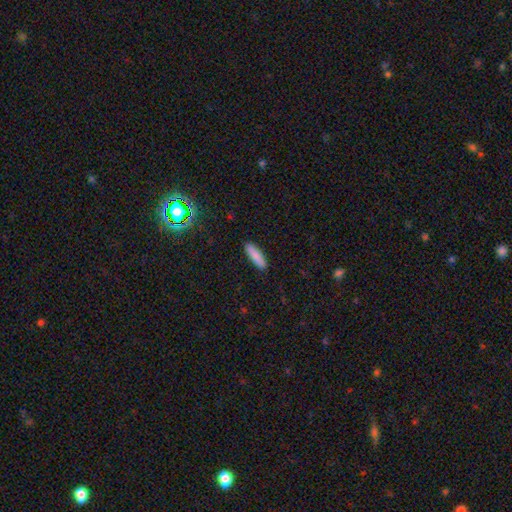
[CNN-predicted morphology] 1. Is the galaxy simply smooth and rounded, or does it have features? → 85% smooth, 9% featured or disk, 6% star or artifact.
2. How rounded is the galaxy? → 75% cigar-shaped, 24% in between, 1% round.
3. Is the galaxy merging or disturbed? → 91% none, 7% minor disturbance, 2% major disturbance, 1% merger.